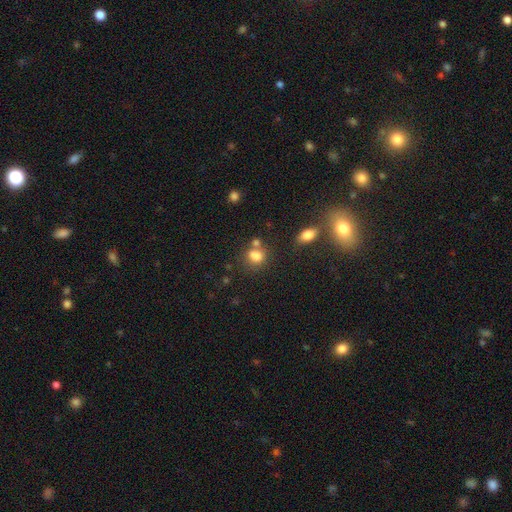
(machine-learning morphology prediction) smooth-or-featured: smooth: 79% | star or artifact: 13% | featured or disk: 9%
  how-rounded: round: 49% (tied) | in between: 49% (tied) | cigar-shaped: 2%
  merging: none: 49% | merger: 29% | minor disturbance: 15% | major disturbance: 6%